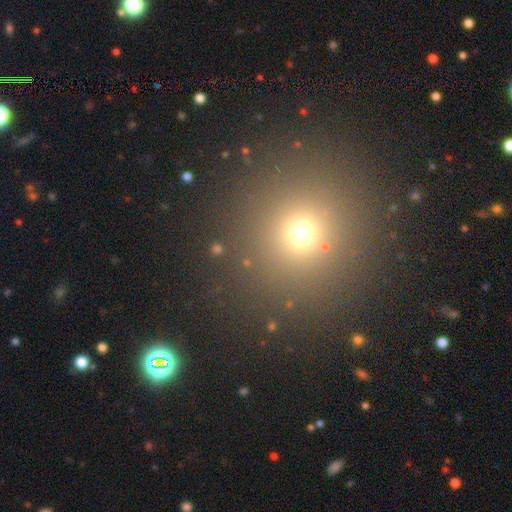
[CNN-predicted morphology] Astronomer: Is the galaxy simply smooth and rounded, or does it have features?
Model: smooth — 59% (runner-up: star or artifact, 34%).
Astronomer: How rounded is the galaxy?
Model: round — 93%.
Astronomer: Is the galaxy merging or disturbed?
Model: none — 90%.